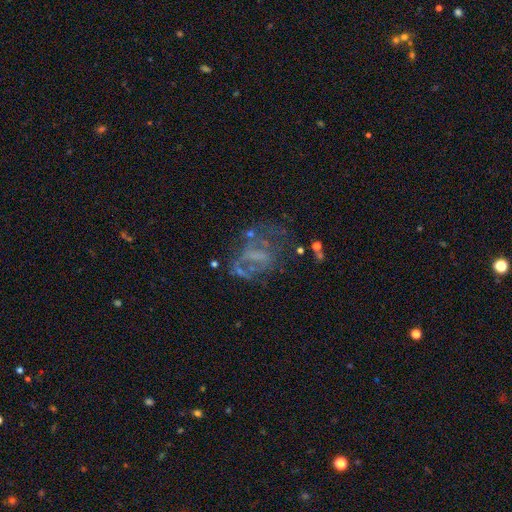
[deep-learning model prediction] A featured or disk galaxy (61%) with no bar (61%), no spiral arms (70%) and no central bulge (66%).

Vote fractions:
- Smooth or featured? featured or disk: 61% / smooth: 21% / star or artifact: 19%
- Edge-on disk? no: 97% / yes: 3%
- Bar? no: 61% / weak: 27% / strong: 13%
- Spiral arms? no: 70% / yes: 30%
- Bulge size? none: 66% / small: 17% / moderate: 12% / large: 3% / dominant: 1%
- Merging? major disturbance: 38% / none: 37% / minor disturbance: 18% / merger: 8%